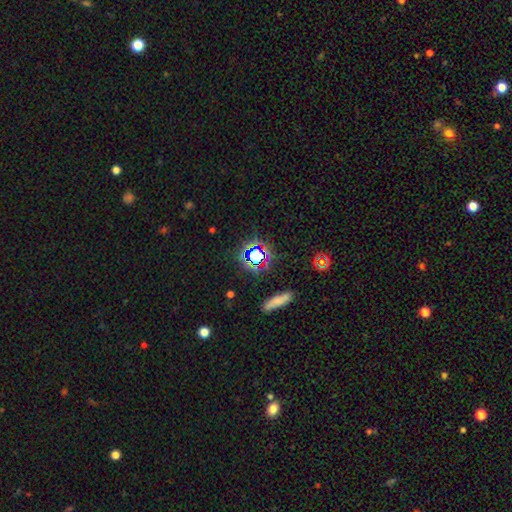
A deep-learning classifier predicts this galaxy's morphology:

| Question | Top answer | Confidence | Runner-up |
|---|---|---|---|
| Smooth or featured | star or artifact | 63% | smooth (27%) |